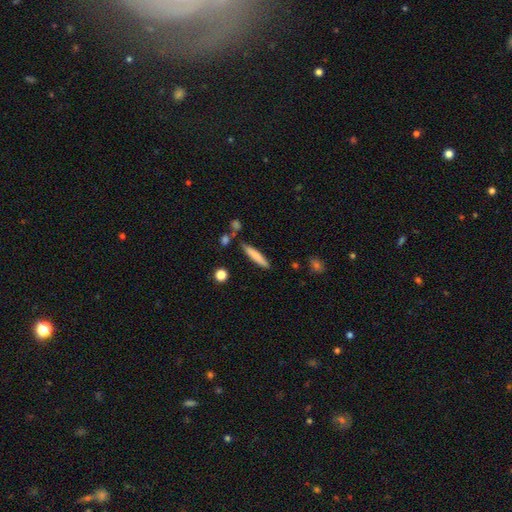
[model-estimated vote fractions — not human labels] Smooth or featured? smooth (74%)
How rounded? cigar-shaped (91%)
Merging? none (83%)